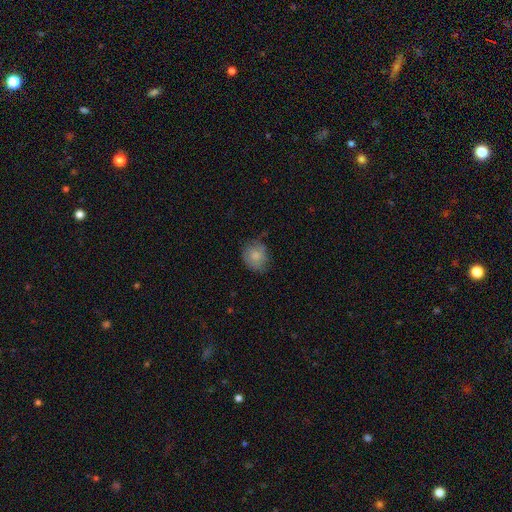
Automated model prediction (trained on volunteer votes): A smooth galaxy with no disk features (80%) that is round (71%). Merging: none (65%).